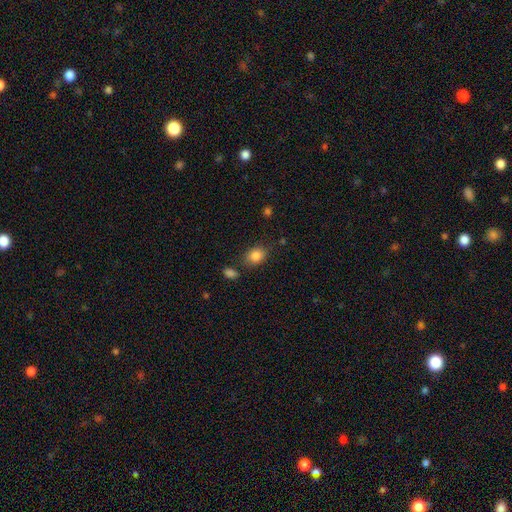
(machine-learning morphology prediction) Smooth or featured? Predicted: smooth (p=0.84). How rounded? Predicted: in between (p=0.67). Merging? Predicted: none (p=0.76).